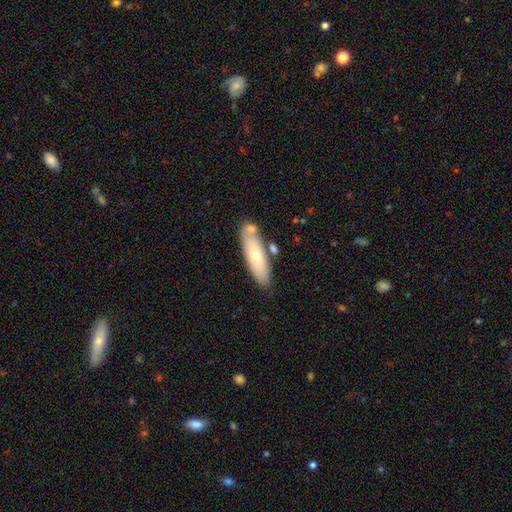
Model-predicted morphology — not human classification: Smooth or featured: smooth — 66% (featured or disk — 28%)
How rounded: cigar-shaped — 57% (in between — 42%)
Merging: none — 71% (minor disturbance — 15%)